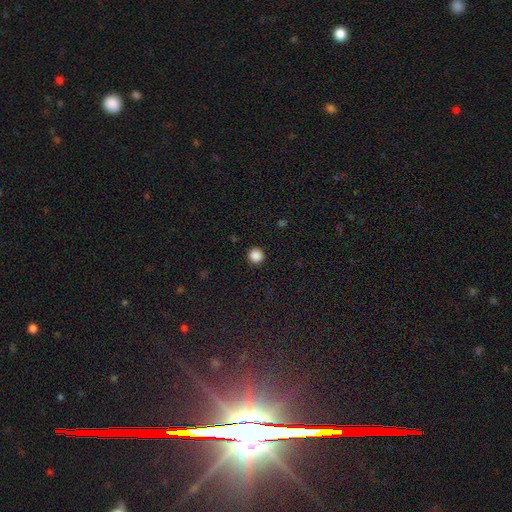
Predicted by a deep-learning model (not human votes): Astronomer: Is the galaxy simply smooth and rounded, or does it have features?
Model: smooth — 88%.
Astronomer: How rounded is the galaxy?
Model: round — 95%.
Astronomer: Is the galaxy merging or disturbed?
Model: none — 92%.